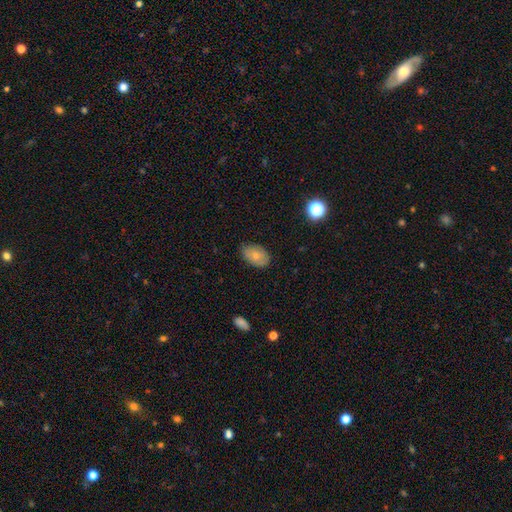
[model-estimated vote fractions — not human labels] A smooth galaxy with no disk features (74%) that is in between round and cigar-shaped (88%). Merging: none (79%).